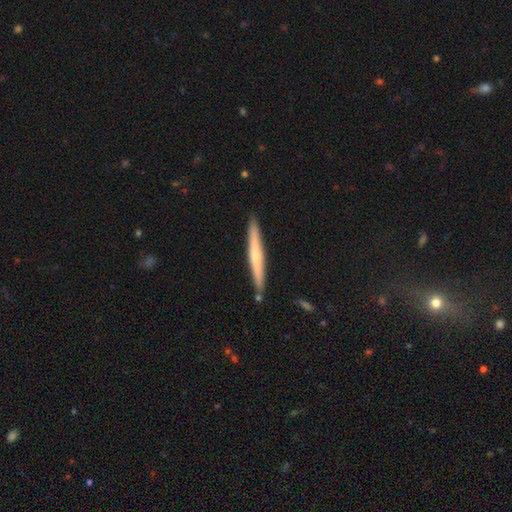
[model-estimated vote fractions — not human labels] Morphology: type=featured or disk (52%); edge-on=yes (96%); merging=none (88%).